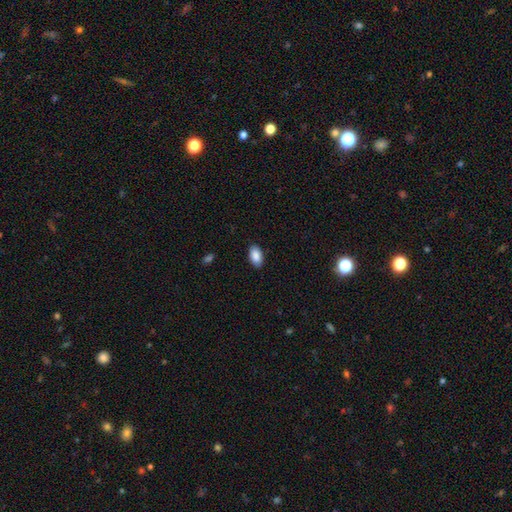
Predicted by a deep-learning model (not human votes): Smooth or featured?
  - smooth: 89% *
  - star or artifact: 7%
  - featured or disk: 4%
How rounded?
  - in between: 94% *
  - round: 4%
  - cigar-shaped: 2%
Merging?
  - none: 87% *
  - minor disturbance: 10%
  - major disturbance: 2%
  - merger: 1%